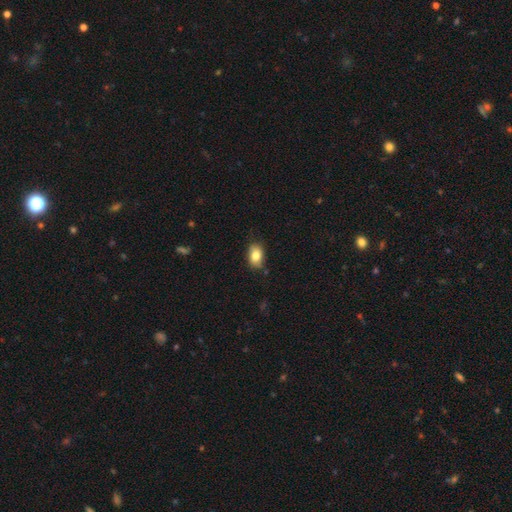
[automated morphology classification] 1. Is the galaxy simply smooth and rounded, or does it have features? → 83% smooth, 9% featured or disk, 8% star or artifact.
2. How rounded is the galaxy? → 85% in between, 14% round, 1% cigar-shaped.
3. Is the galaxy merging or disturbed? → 80% none, 15% minor disturbance, 3% major disturbance, 2% merger.